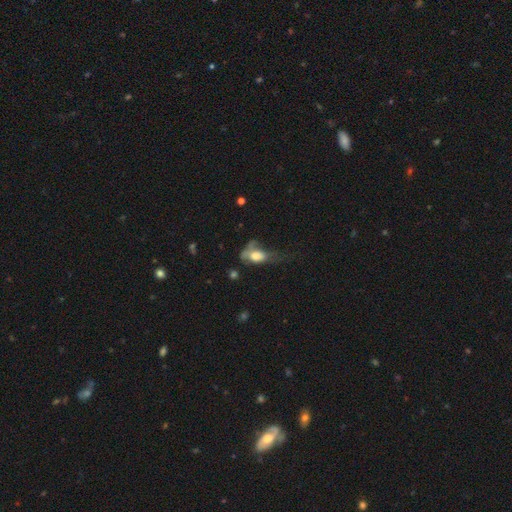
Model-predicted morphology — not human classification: type=smooth (64%); roundness=in between (83%); merging=major disturbance (53%).